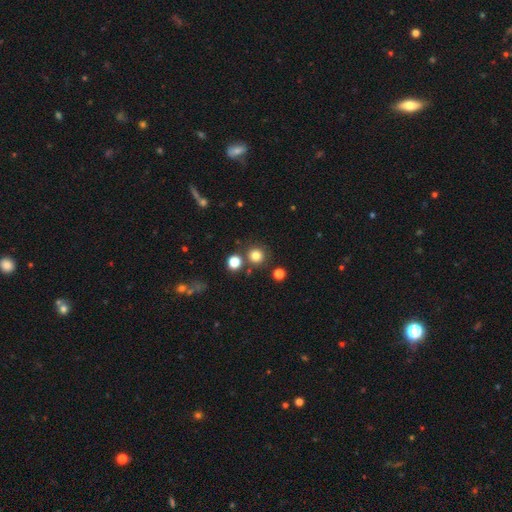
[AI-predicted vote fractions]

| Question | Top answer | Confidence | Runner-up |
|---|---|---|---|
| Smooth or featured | smooth | 79% | star or artifact (15%) |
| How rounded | round | 93% | in between (6%) |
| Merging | none | 81% | merger (9%) |